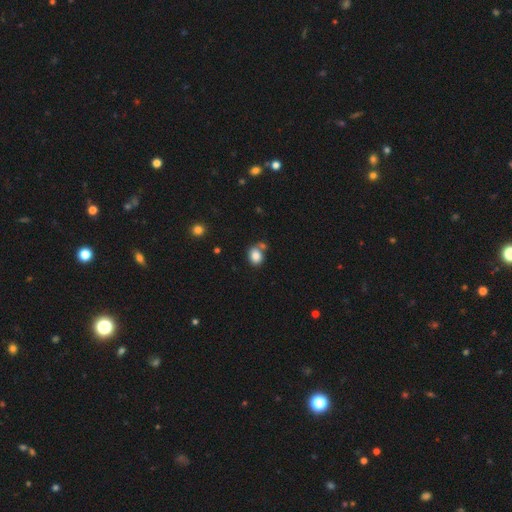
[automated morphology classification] Smooth or featured?
  - smooth: 84% *
  - star or artifact: 9%
  - featured or disk: 6%
How rounded?
  - in between: 57% *
  - round: 42%
  - cigar-shaped: 1%
Merging?
  - none: 59% *
  - merger: 22%
  - minor disturbance: 15%
  - major disturbance: 5%